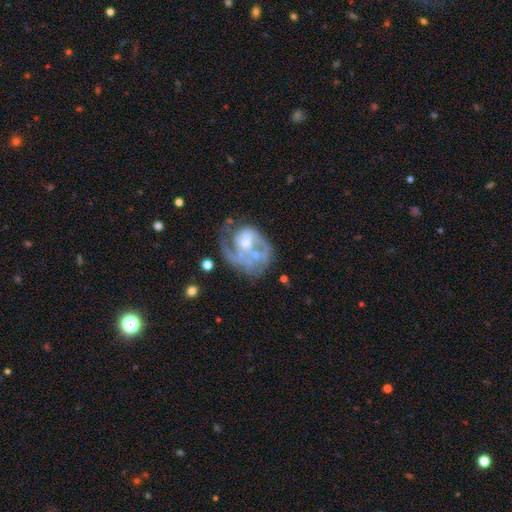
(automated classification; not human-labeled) Smooth or featured?
  - featured or disk: 75% *
  - smooth: 17%
  - star or artifact: 8%
Edge-on disk?
  - no: 98% *
  - yes: 2%
Bar?
  - no: 71% *
  - weak: 24%
  - strong: 5%
Spiral arms?
  - yes: 71% *
  - no: 29%
Spiral winding?
  - tight: 39% *
  - medium: 36%
  - loose: 25%
Spiral arm count?
  - 1: 50% *
  - can't tell: 21%
  - 2: 19%
  - 3: 5%
  - 4: 2%
  - more than 4: 2%
Bulge size?
  - moderate: 43% *
  - small: 35%
  - none: 13%
  - large: 7%
  - dominant: 2%
Merging?
  - none: 38% *
  - major disturbance: 31%
  - minor disturbance: 19%
  - merger: 12%